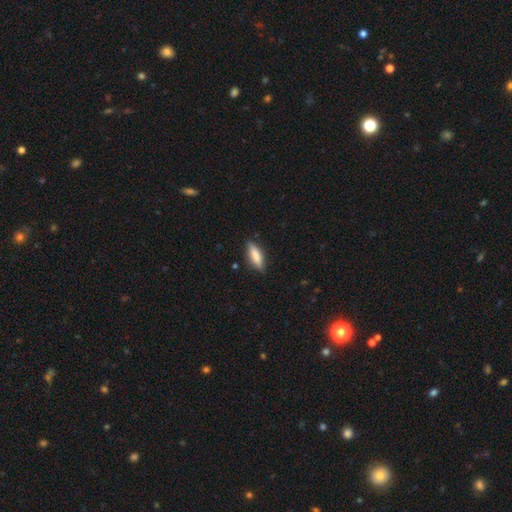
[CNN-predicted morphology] Smooth or featured? smooth (77%)
How rounded? cigar-shaped (51%)
Merging? none (83%)